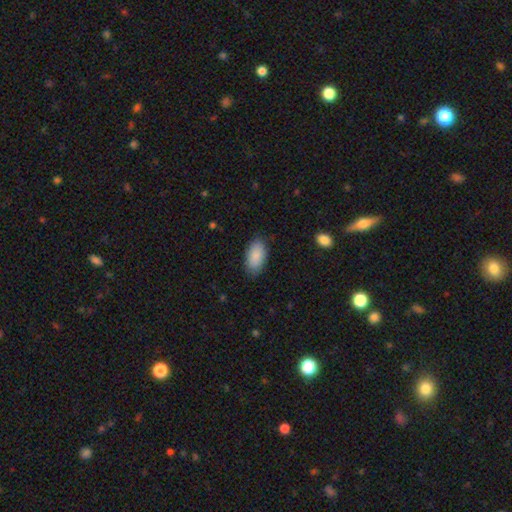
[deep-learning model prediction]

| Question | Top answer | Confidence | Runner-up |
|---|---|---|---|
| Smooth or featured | smooth | 89% | star or artifact (6%) |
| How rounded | in between | 95% | round (3%) |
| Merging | none | 85% | minor disturbance (12%) |